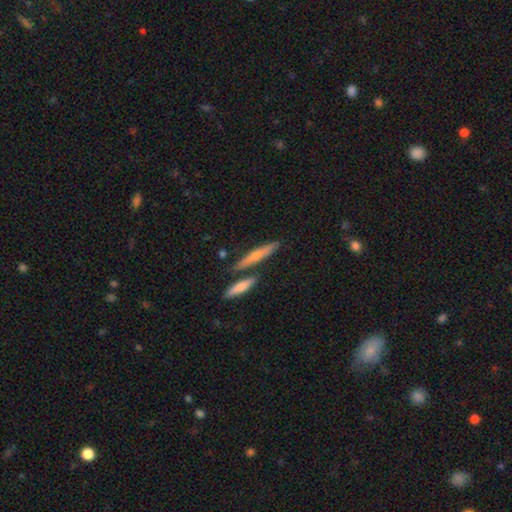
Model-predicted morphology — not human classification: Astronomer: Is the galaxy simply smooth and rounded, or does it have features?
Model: smooth — 52% (runner-up: featured or disk, 41%).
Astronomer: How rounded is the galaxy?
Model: cigar-shaped — 88%.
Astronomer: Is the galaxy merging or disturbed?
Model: none — 71%.